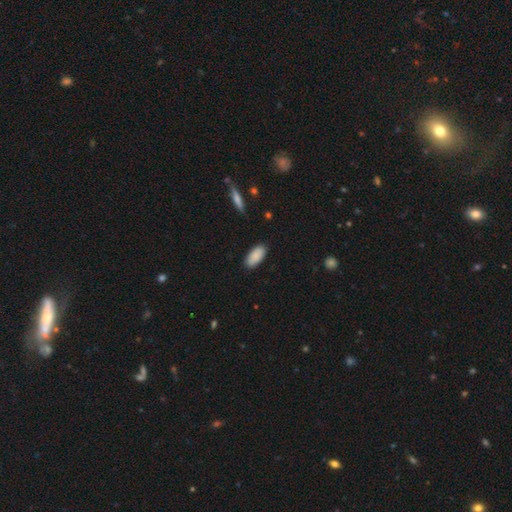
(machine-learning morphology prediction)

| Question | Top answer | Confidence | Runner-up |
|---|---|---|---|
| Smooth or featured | smooth | 89% | star or artifact (6%) |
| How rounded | in between | 90% | cigar-shaped (8%) |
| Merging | none | 87% | minor disturbance (10%) |